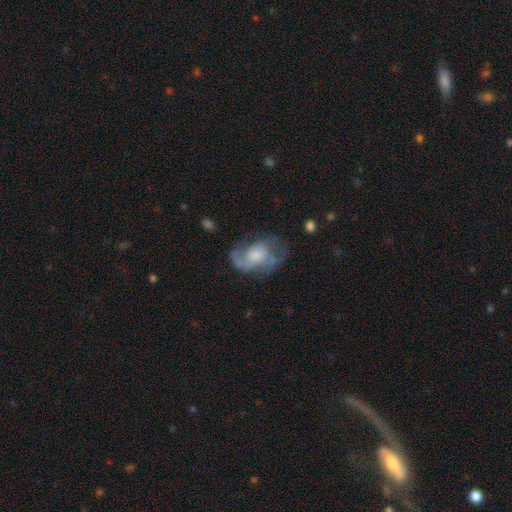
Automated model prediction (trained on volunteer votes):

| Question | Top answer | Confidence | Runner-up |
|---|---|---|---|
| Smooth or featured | featured or disk | 69% | smooth (24%) |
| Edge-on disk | no | 97% | yes (3%) |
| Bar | no | 65% | weak (30%) |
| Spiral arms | yes | 83% | no (17%) |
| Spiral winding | medium | 45% | loose (34%) |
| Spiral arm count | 2 | 48% | 1 (21%) |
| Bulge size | moderate | 34% | large (23%) |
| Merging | none | 48% | major disturbance (27%) |